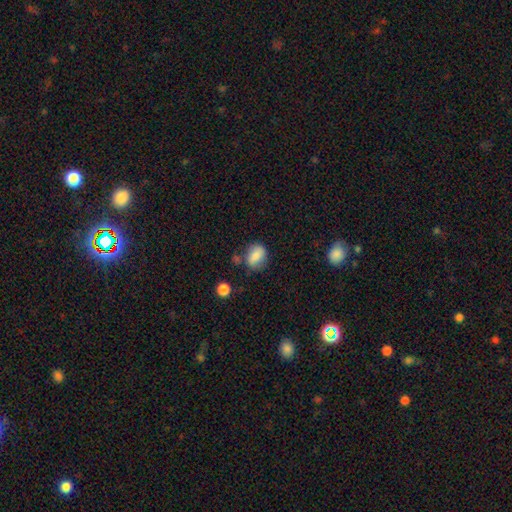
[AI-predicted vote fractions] smooth_or_featured: smooth (p=0.76) [alt: featured or disk p=0.15]
how_rounded: in between (p=0.54) [alt: round p=0.44]
merging: none (p=0.63) [alt: minor disturbance p=0.22]